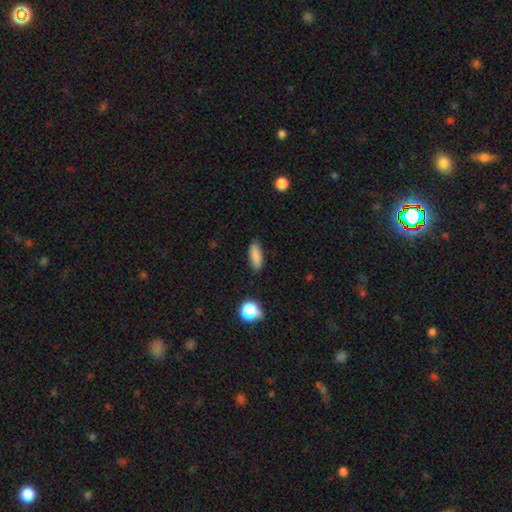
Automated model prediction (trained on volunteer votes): A smooth galaxy with no disk features (86%) that is in between round and cigar-shaped (71%). Merging: none (84%).